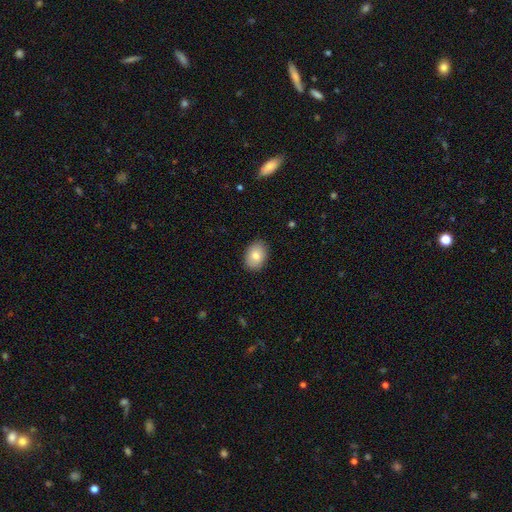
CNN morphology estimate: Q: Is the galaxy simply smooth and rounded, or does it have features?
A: smooth — 81%.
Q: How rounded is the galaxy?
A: in between — 76%.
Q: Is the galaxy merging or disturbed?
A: none — 87%.